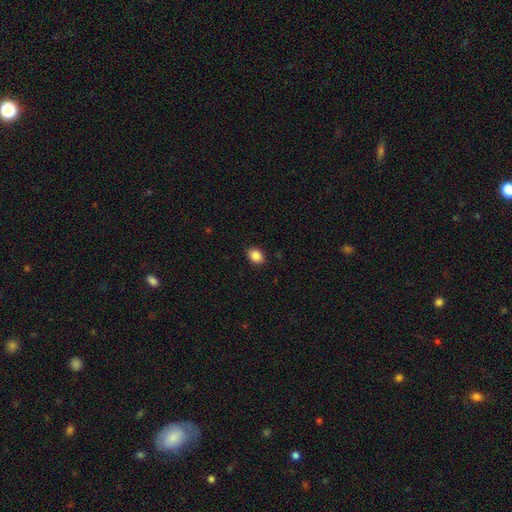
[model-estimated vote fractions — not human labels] Smooth or featured: smooth — 87% (star or artifact — 9%)
How rounded: in between — 66% (round — 33%)
Merging: none — 89% (minor disturbance — 8%)